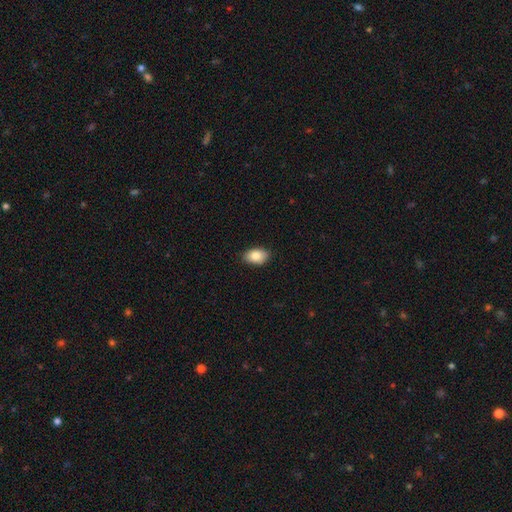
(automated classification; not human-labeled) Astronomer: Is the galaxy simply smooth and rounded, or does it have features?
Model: smooth — 83%.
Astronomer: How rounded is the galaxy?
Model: in between — 86%.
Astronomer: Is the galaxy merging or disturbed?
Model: none — 87%.